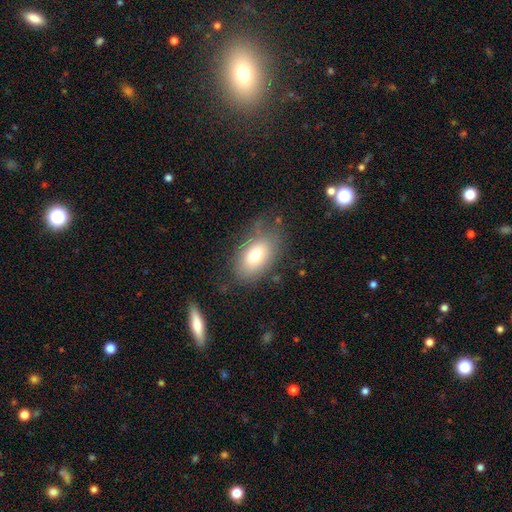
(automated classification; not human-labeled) Smooth or featured: smooth — 74% (featured or disk — 17%)
How rounded: in between — 90% (round — 8%)
Merging: none — 68% (minor disturbance — 20%)